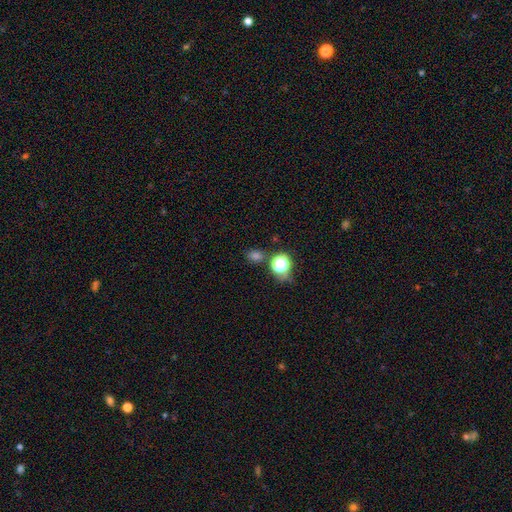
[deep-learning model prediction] The model was most divided on "smooth or featured": smooth: 56%, star or artifact: 38%, featured or disk: 7%. More confident: merging — none (76%); how rounded — round (68%).